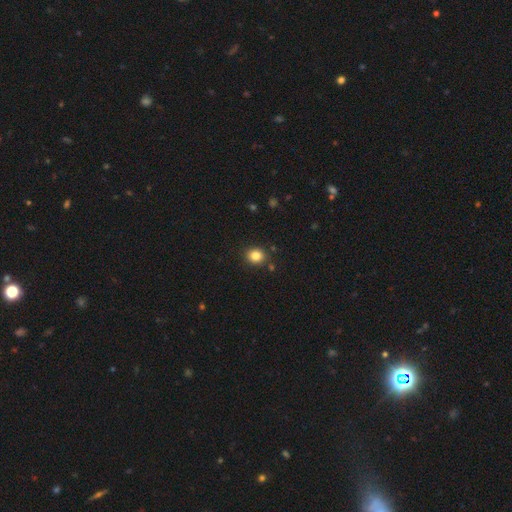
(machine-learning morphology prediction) smooth 83%, star or artifact 11%, featured or disk 5%. Down the decision tree: how rounded — round (75%); merging — none (88%).